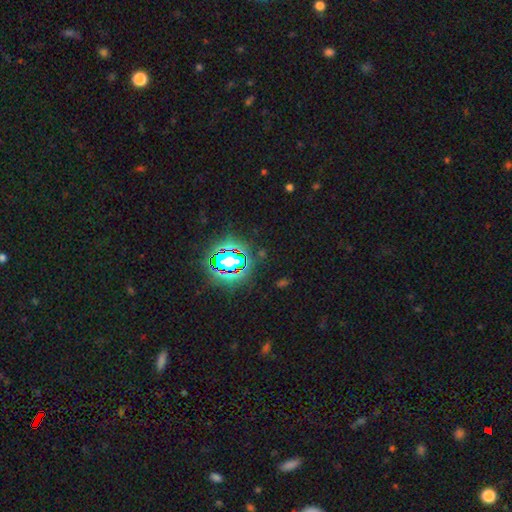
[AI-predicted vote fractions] Overall: star or artifact (78%).